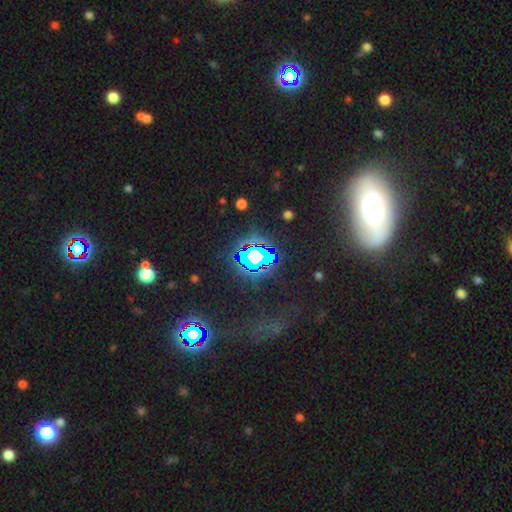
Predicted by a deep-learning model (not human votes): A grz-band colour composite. It shows a star or artifact, not a galaxy (74%).